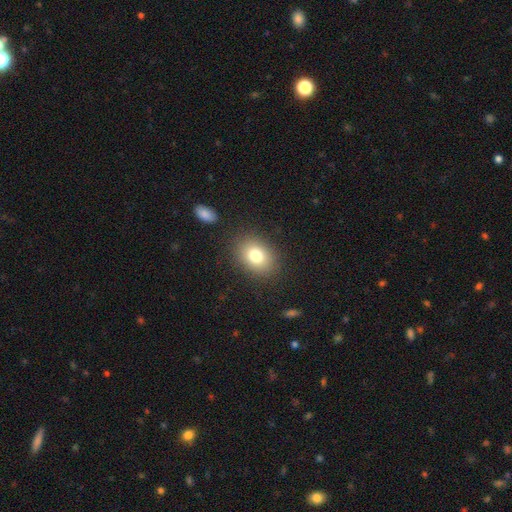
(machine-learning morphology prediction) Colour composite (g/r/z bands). It shows a smooth galaxy with no disk features (79%) that is in between round and cigar-shaped (65%). Merging: none (85%).